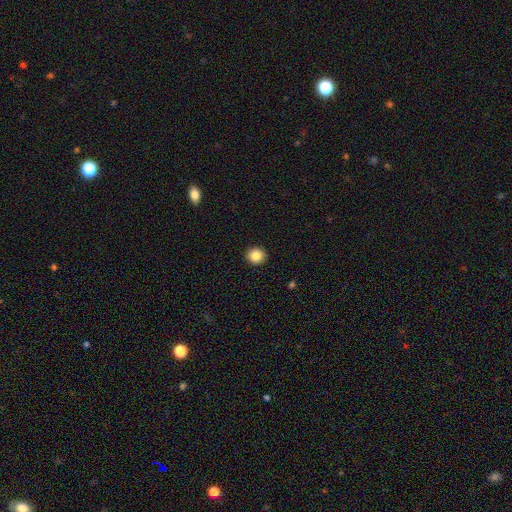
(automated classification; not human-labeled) The model was most divided on "smooth or featured": smooth: 86%, star or artifact: 9%, featured or disk: 4%. More confident: merging — none (92%); how rounded — round (91%).